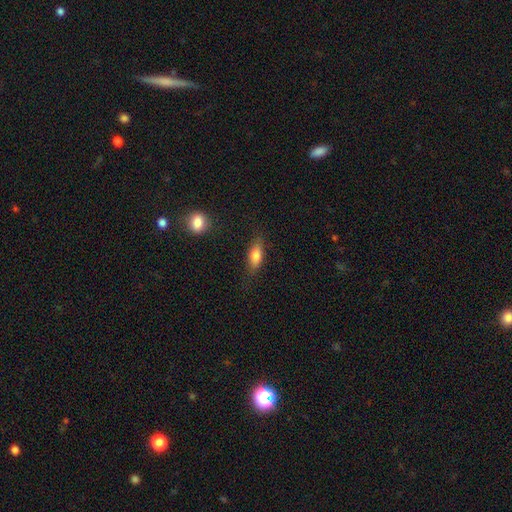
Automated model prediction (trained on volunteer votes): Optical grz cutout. It shows a smooth galaxy with no disk features (76%) that is in between round and cigar-shaped (76%). Merging: none (78%).